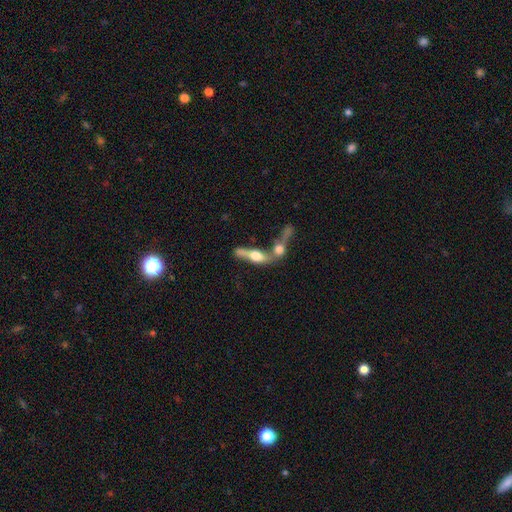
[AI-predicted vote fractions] Smooth or featured? Predicted: featured or disk (p=0.52). Edge-on disk? Predicted: yes (p=0.69). Merging? Predicted: merger (p=0.65).